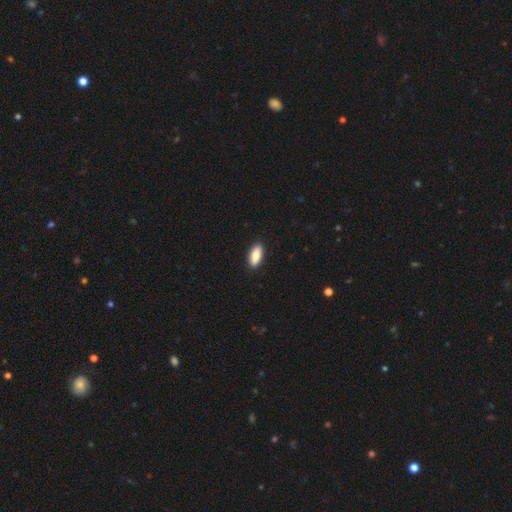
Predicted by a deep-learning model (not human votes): Q: Smooth or featured?
A: smooth (87%); runner-up: featured or disk (7%)
Q: How rounded?
A: in between (85%); runner-up: cigar-shaped (13%)
Q: Merging?
A: none (90%); runner-up: minor disturbance (7%)